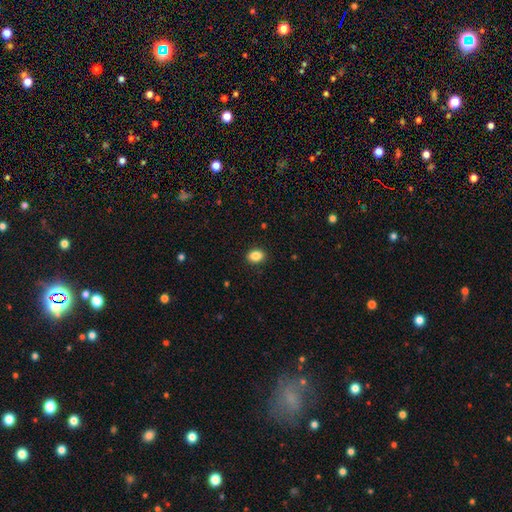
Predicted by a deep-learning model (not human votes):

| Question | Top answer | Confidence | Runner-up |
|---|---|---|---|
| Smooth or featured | smooth | 87% | star or artifact (9%) |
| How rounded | in between | 72% | round (27%) |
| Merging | none | 90% | minor disturbance (7%) |